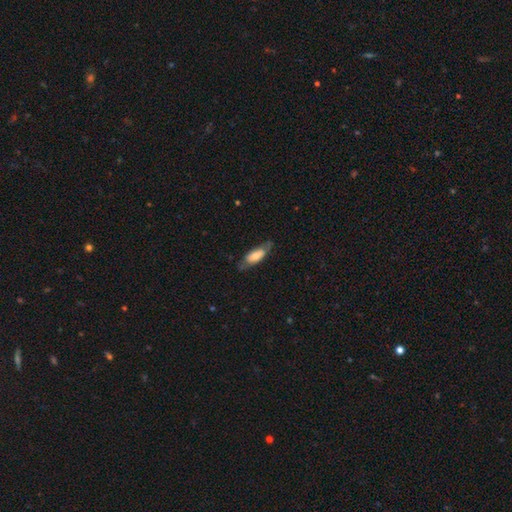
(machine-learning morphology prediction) This is likely a smooth galaxy (62%). How rounded: likely in between (72%). Merging: likely none (65%).